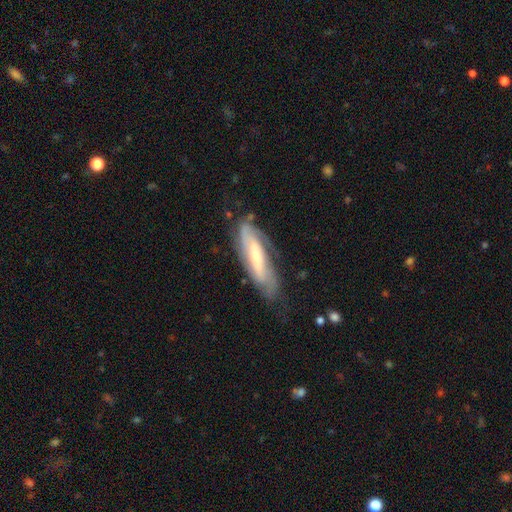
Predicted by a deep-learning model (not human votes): Smooth or featured: featured or disk — 69% (smooth — 25%)
Edge-on disk: no — 74% (yes — 26%)
Bar: no — 37% (weak — 35%)
Spiral arms: yes — 85% (no — 15%)
Bulge size: small — 48% (moderate — 40%)
Merging: none — 63% (minor disturbance — 24%)